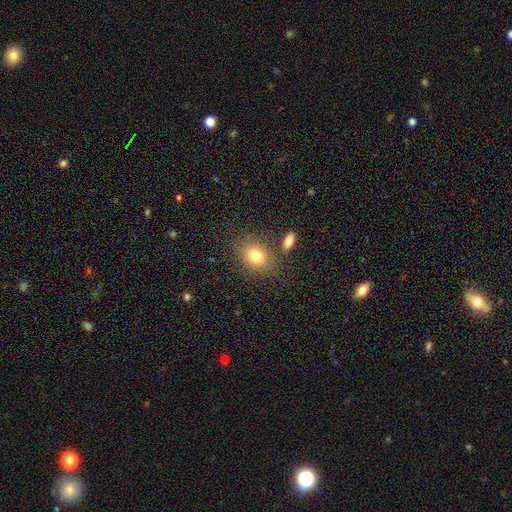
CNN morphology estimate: Smooth or featured?
  - smooth: 78% *
  - star or artifact: 11%
  - featured or disk: 10%
How rounded?
  - in between: 54% *
  - round: 45%
  - cigar-shaped: 1%
Merging?
  - none: 76% *
  - minor disturbance: 12%
  - merger: 8%
  - major disturbance: 4%